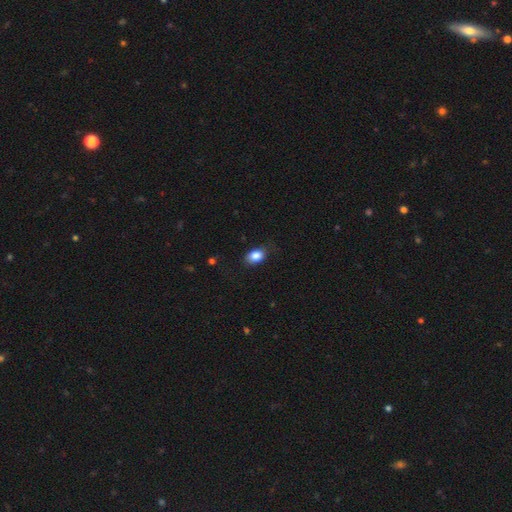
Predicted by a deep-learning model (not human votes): smooth_or_featured: smooth (p=0.85) [alt: star or artifact p=0.08]
how_rounded: in between (p=0.81) [alt: round p=0.18]
merging: none (p=0.78) [alt: minor disturbance p=0.17]